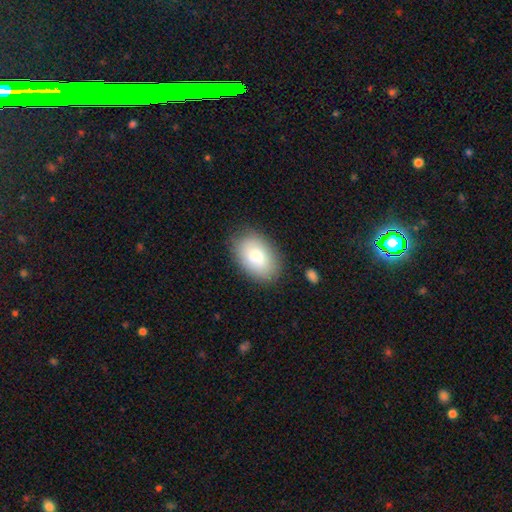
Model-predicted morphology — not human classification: smooth-or-featured: smooth: 79% | featured or disk: 14% | star or artifact: 7%
  how-rounded: in between: 89% | round: 10% | cigar-shaped: 1%
  merging: none: 82% | minor disturbance: 13% | major disturbance: 4% | merger: 2%